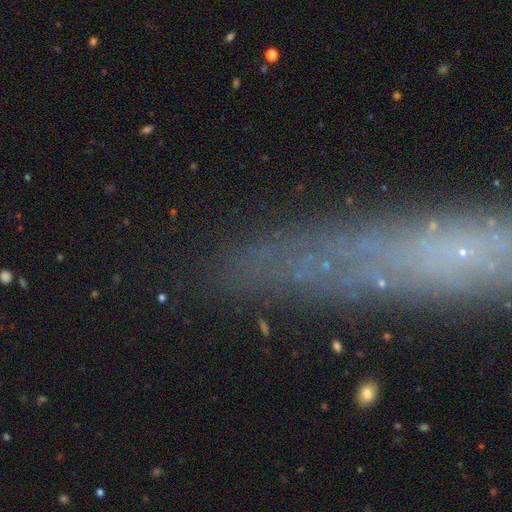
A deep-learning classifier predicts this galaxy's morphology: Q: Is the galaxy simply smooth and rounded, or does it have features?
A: featured or disk — 36%.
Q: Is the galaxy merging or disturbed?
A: none — 78%.